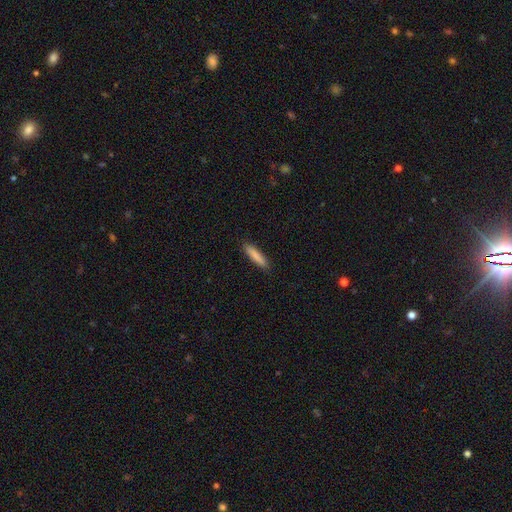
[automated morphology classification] smooth_or_featured: smooth (p=0.85) [alt: featured or disk p=0.09]
how_rounded: cigar-shaped (p=0.84) [alt: in between p=0.15]
merging: none (p=0.90) [alt: minor disturbance p=0.07]